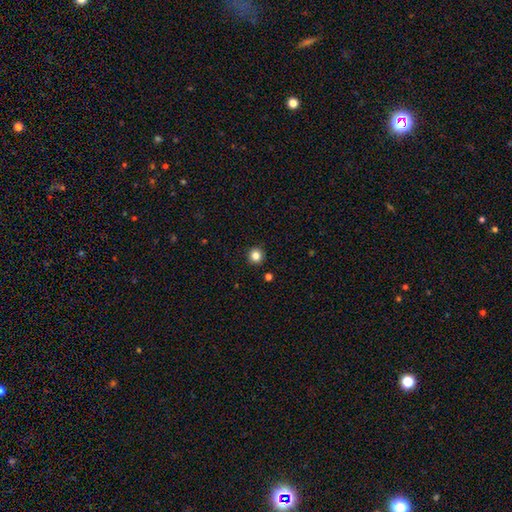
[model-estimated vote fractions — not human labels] Smooth or featured? Predicted: smooth (p=0.83). How rounded? Predicted: round (p=0.94). Merging? Predicted: none (p=0.92).